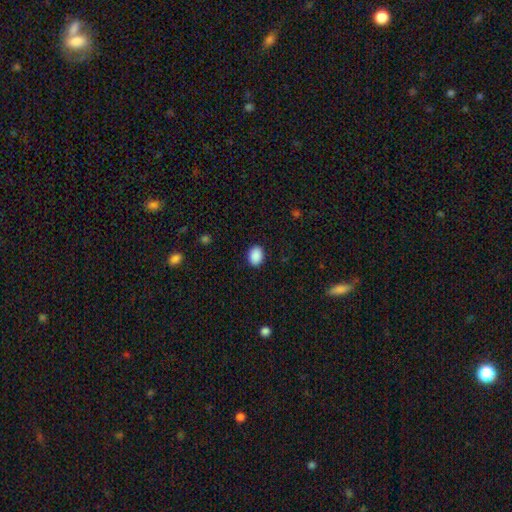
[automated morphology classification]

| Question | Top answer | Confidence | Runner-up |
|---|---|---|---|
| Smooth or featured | smooth | 90% | star or artifact (8%) |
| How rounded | in between | 64% | round (35%) |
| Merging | none | 90% | minor disturbance (7%) |